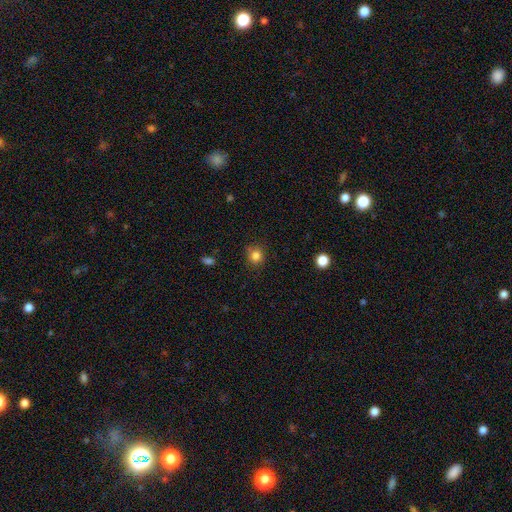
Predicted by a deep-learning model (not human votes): A smooth galaxy with no disk features (82%) that is round (87%).

Vote fractions:
- Smooth or featured? smooth: 82% / star or artifact: 12% / featured or disk: 5%
- How rounded? round: 87% / in between: 12% / cigar-shaped: 1%
- Merging? none: 84% / minor disturbance: 12% / major disturbance: 3% / merger: 1%